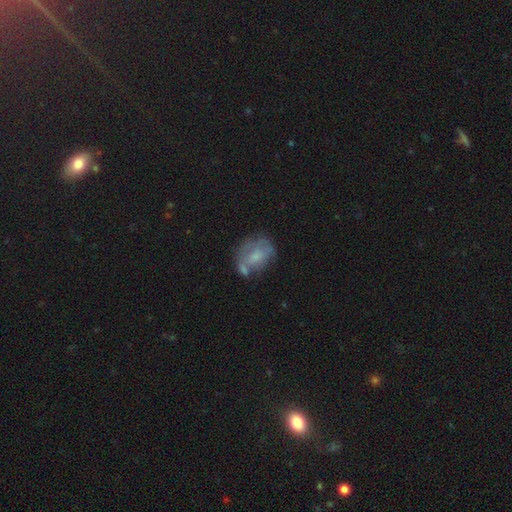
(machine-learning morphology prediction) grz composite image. It shows a smooth galaxy with no disk features (50%) that is in between round and cigar-shaped (63%). Merging: none (39%).